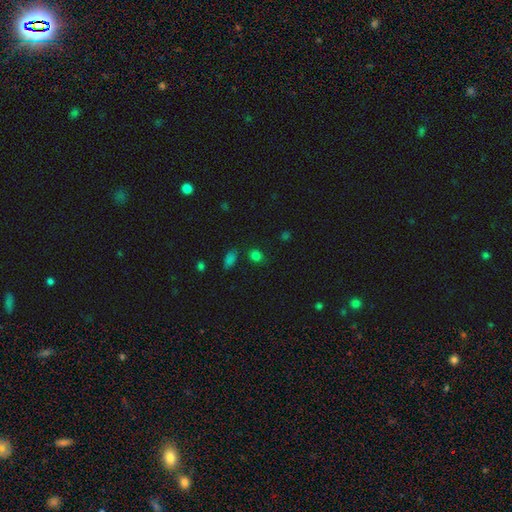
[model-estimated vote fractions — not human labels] smooth_or_featured: smooth (p=0.78) [alt: star or artifact p=0.17]
how_rounded: round (p=0.56) [alt: in between p=0.42]
merging: none (p=0.80) [alt: minor disturbance p=0.11]